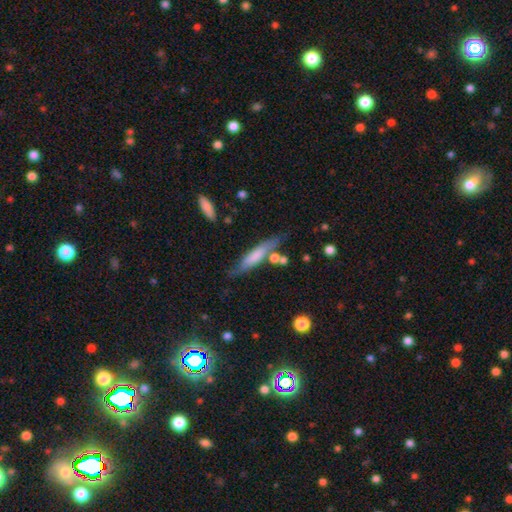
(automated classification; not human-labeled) Smooth or featured: smooth — 61% (featured or disk — 32%)
How rounded: cigar-shaped — 82% (in between — 16%)
Merging: none — 66% (minor disturbance — 20%)